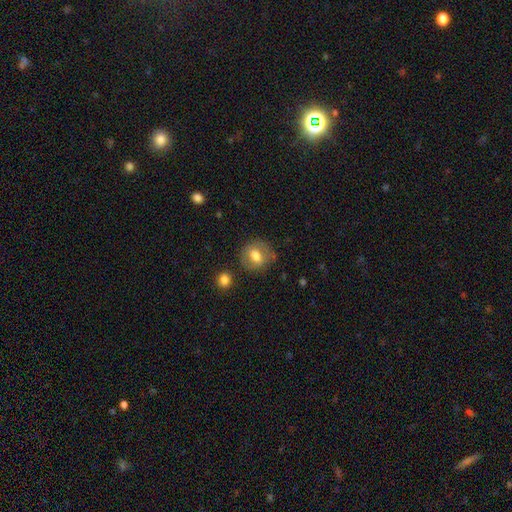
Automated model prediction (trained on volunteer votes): Smooth or featured? Predicted: smooth (p=0.68). How rounded? Predicted: round (p=0.62). Merging? Predicted: none (p=0.74).